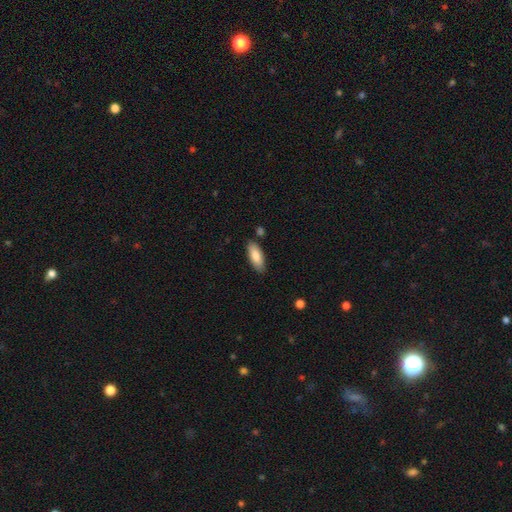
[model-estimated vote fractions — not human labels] Q: Smooth or featured?
A: smooth (83%); runner-up: featured or disk (11%)
Q: How rounded?
A: in between (76%); runner-up: cigar-shaped (22%)
Q: Merging?
A: none (82%); runner-up: minor disturbance (12%)